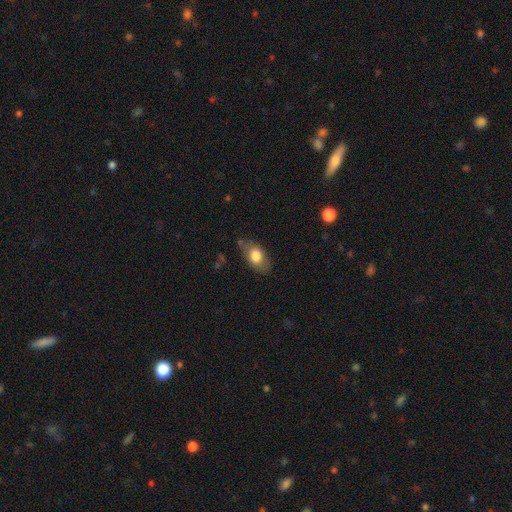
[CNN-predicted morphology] A smooth galaxy with no disk features (75%) that is in between round and cigar-shaped (88%). Merging: none (70%).